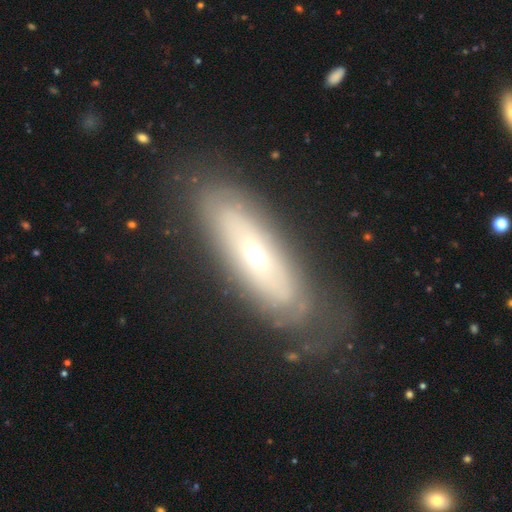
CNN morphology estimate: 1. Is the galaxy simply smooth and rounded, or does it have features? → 63% featured or disk, 30% smooth, 7% star or artifact.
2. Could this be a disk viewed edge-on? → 75% no, 25% yes.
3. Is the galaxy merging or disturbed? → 71% none, 18% minor disturbance, 10% major disturbance, 2% merger.